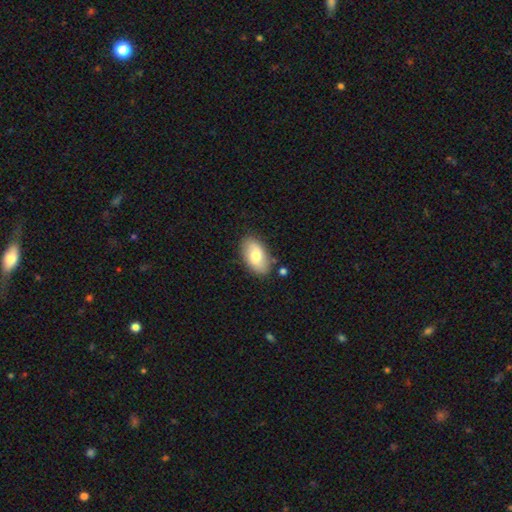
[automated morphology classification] smooth_or_featured: smooth (p=0.68) [alt: featured or disk p=0.26]
how_rounded: in between (p=0.93) [alt: round p=0.05]
merging: none (p=0.80) [alt: minor disturbance p=0.13]